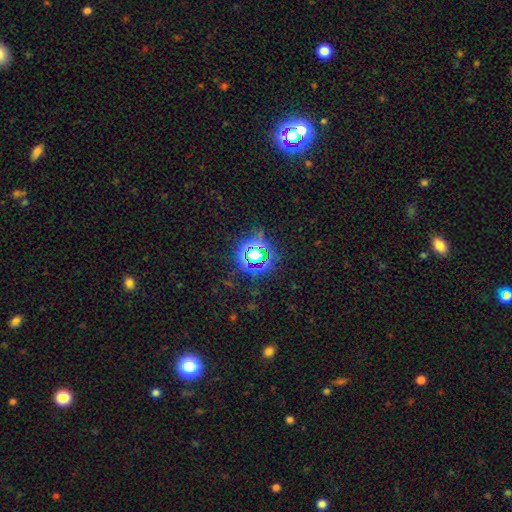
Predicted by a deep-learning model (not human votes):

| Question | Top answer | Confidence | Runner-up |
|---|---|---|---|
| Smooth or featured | star or artifact | 72% | smooth (19%) |